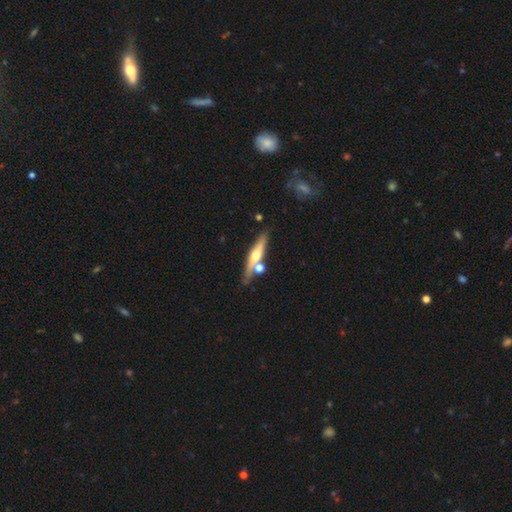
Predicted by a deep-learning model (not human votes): The model was most divided on "smooth or featured": featured or disk: 61%, smooth: 33%, star or artifact: 6%. More confident: edge-on bulge — rounded (92%); edge-on disk — yes (90%); merging — none (69%).